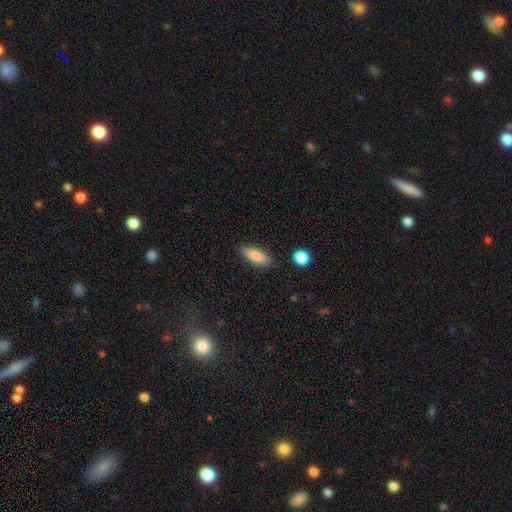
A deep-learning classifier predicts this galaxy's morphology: Q: Smooth or featured?
A: smooth (80%); runner-up: featured or disk (13%)
Q: How rounded?
A: in between (73%); runner-up: cigar-shaped (24%)
Q: Merging?
A: none (86%); runner-up: minor disturbance (10%)